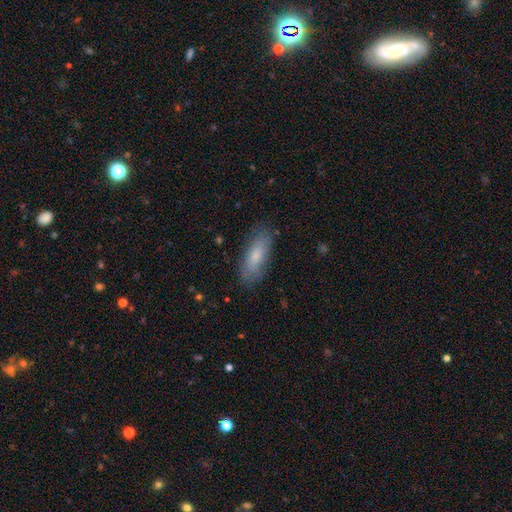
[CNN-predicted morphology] A smooth galaxy with no disk features (69%) that is in between round and cigar-shaped (60%). Merging: none (83%).